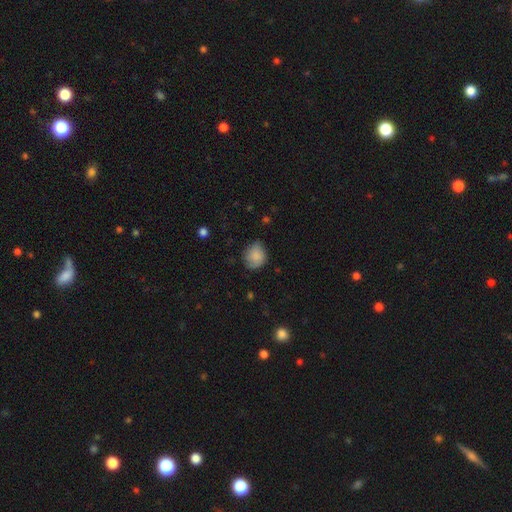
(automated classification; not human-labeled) This is clearly a smooth galaxy (82%). How rounded: likely round (70%). Merging: likely none (65%).